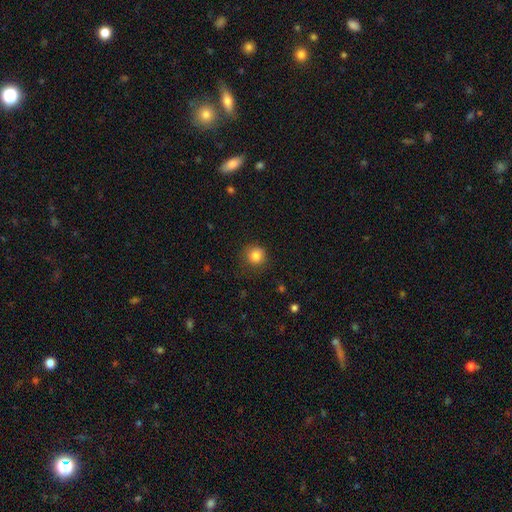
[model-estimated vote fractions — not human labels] Overall: smooth (84%). How rounded: round (93%). Merging: none (86%).